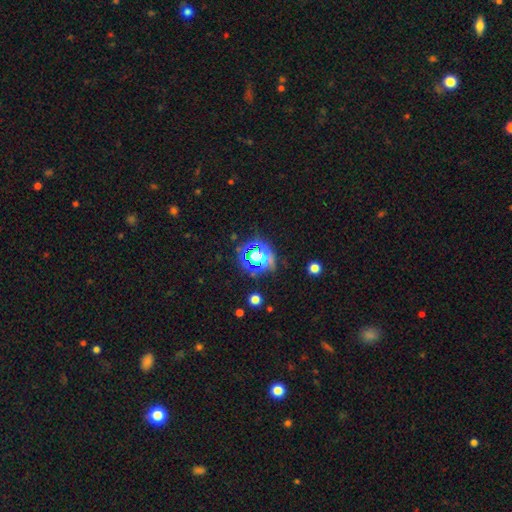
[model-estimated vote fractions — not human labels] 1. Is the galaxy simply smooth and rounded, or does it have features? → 45% star or artifact, 41% smooth, 15% featured or disk.